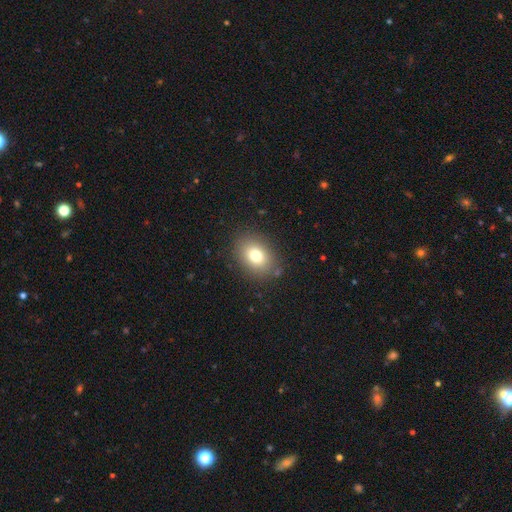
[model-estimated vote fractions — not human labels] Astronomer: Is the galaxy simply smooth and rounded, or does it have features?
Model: smooth — 76%.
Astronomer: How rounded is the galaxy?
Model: in between — 63%.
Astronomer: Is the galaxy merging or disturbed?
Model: none — 86%.